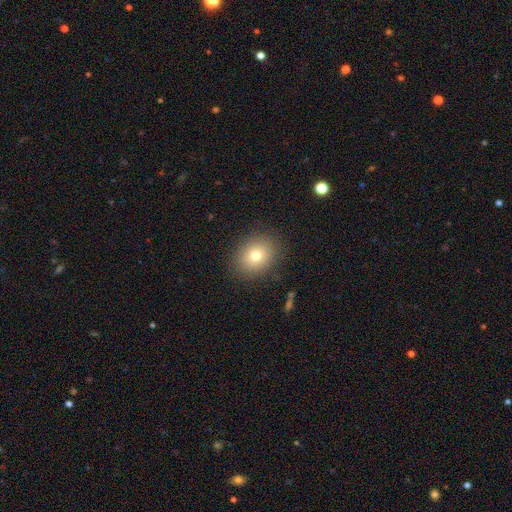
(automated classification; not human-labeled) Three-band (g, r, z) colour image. It shows a smooth galaxy with no disk features (76%) that is round (52%). Merging: none (87%).